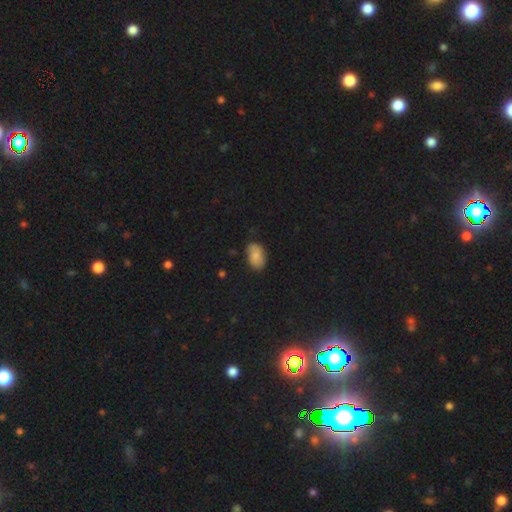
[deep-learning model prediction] Morphology: type=smooth (81%); roundness=in between (90%); merging=none (76%).